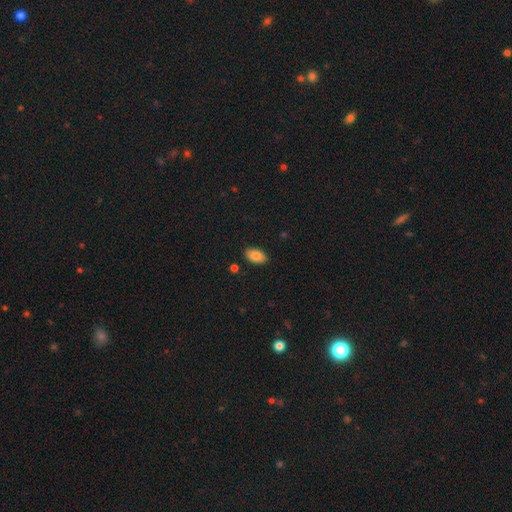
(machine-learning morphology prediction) Smooth or featured?
  - smooth: 84% *
  - featured or disk: 8%
  - star or artifact: 8%
How rounded?
  - in between: 93% *
  - round: 5%
  - cigar-shaped: 2%
Merging?
  - none: 88% *
  - minor disturbance: 9%
  - major disturbance: 2%
  - merger: 2%